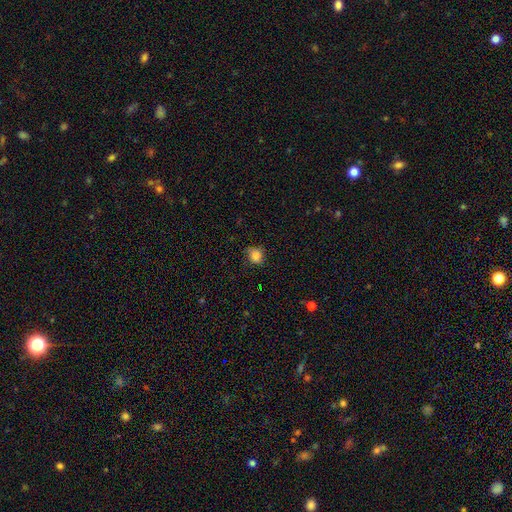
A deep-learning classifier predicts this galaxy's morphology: Smooth or featured? smooth (83%)
How rounded? round (73%)
Merging? none (71%)